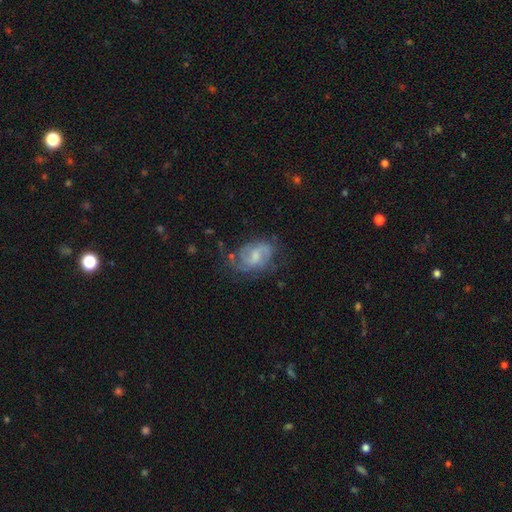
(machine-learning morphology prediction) featured or disk 70%, smooth 22%, star or artifact 7%. Down the decision tree: edge-on disk — no (97%); bar — weak (56%); spiral arms — yes (89%); spiral arm count — 2 (65%); spiral winding — medium (48%); bulge size — moderate (39%, tied with small); merging — none (57%).